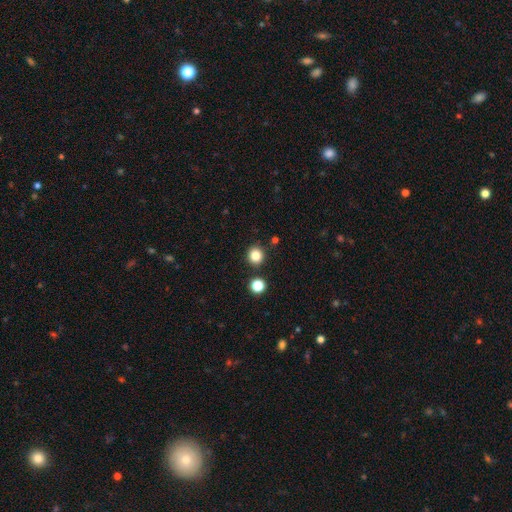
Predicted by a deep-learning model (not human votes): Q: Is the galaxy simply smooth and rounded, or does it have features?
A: smooth — 83%.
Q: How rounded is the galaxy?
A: round — 90%.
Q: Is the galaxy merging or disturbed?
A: none — 88%.